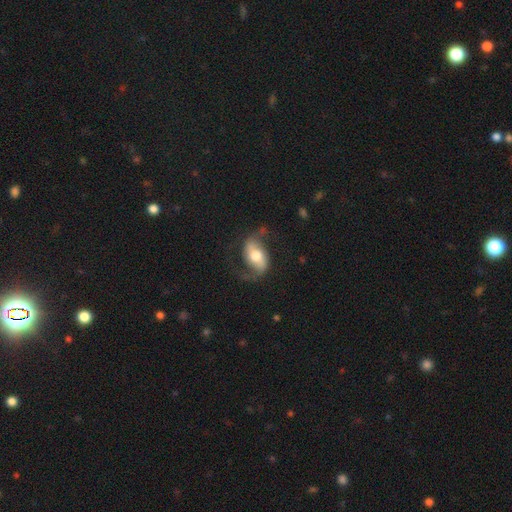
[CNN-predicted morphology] The model was most divided on "bar": weak: 36%, no: 35%, strong: 29%. More confident: edge-on disk — no (95%); spiral arm count — 2 (90%); spiral arms — yes (89%); smooth or featured — featured or disk (72%); bulge size — moderate (66%); merging — none (63%); spiral winding — loose (62%).